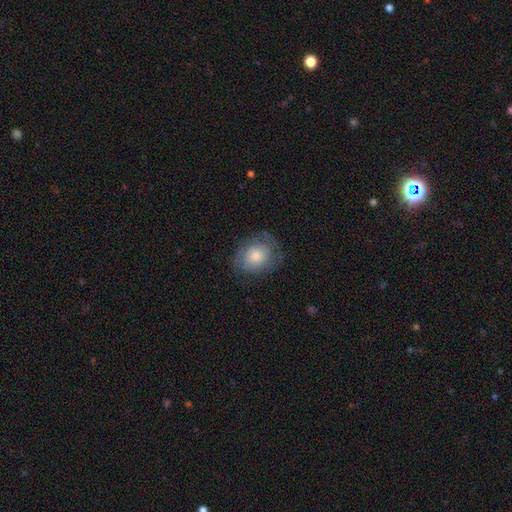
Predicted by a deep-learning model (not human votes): This is possibly a smooth galaxy (50%). How rounded: possibly round (57%). Merging: likely none (72%).